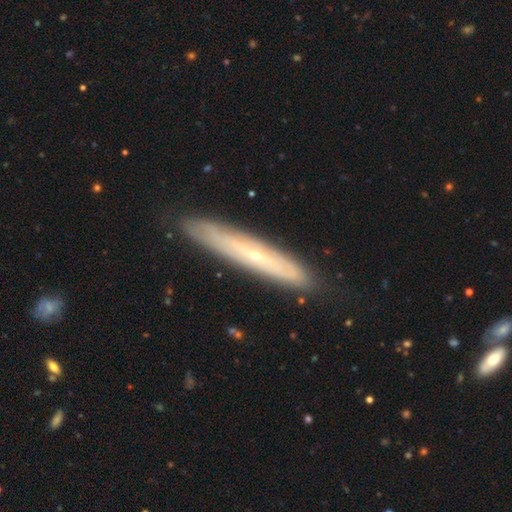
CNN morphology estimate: Smooth or featured?
  - featured or disk: 65% *
  - smooth: 28%
  - star or artifact: 7%
Edge-on disk?
  - yes: 69% *
  - no: 31%
Merging?
  - none: 86% *
  - minor disturbance: 11%
  - major disturbance: 2%
  - merger: 1%